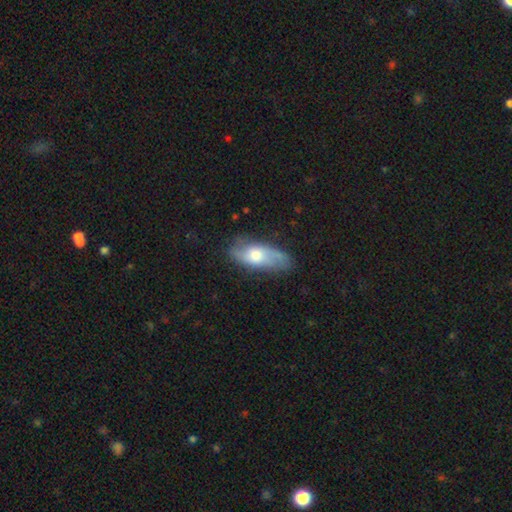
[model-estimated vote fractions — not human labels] Smooth or featured?
  - smooth: 53% *
  - featured or disk: 40%
  - star or artifact: 7%
How rounded?
  - in between: 77% *
  - cigar-shaped: 19%
  - round: 4%
Merging?
  - none: 66% *
  - minor disturbance: 25%
  - major disturbance: 7%
  - merger: 2%